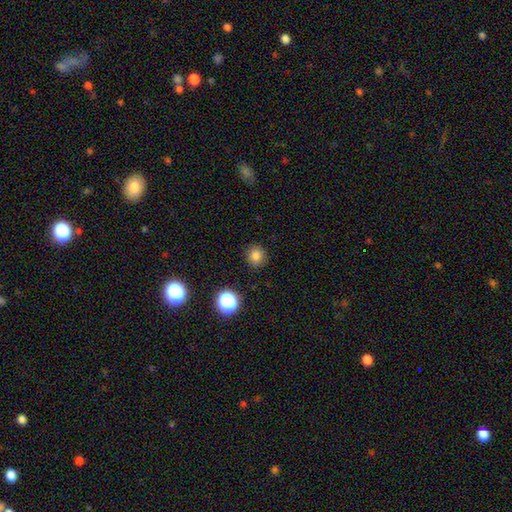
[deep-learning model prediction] This is clearly a smooth galaxy (80%). How rounded: clearly round (89%). Merging: clearly none (90%).